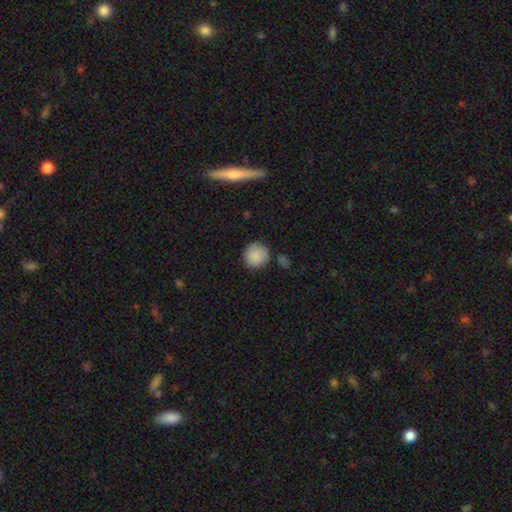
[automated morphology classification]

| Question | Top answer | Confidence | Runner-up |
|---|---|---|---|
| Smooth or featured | smooth | 86% | star or artifact (8%) |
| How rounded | round | 89% | in between (10%) |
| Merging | none | 74% | minor disturbance (17%) |